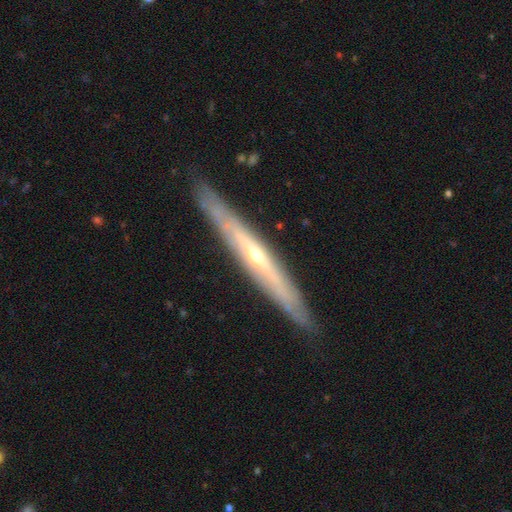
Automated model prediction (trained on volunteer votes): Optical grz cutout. It shows a featured or disk galaxy (76%) viewed edge-on (87%) with a rounded central bulge (67%). Merging: none (87%).